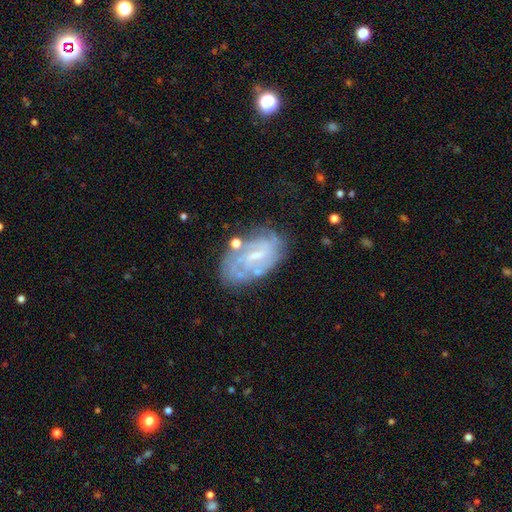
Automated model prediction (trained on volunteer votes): Overall: featured or disk (73%). Edge-on disk: no (96%). Bar: weak (52%; no 31%). Spiral arms: yes (77%). Spiral arm count: can't tell (50%; 2 26%). Spiral winding: tight (55%; medium 32%). Bulge size: small (59%; moderate 24%). Merging: none (63%).